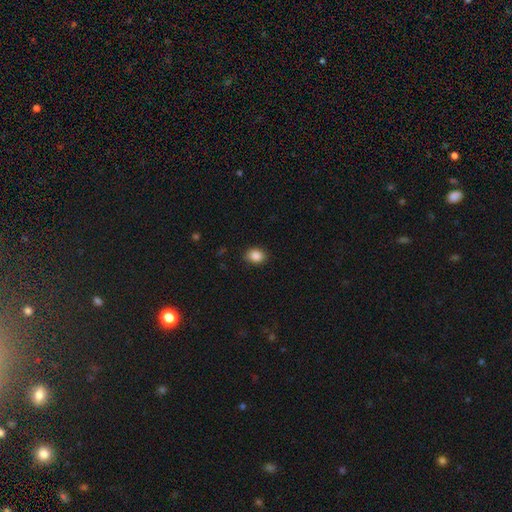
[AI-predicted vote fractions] Smooth or featured: smooth — 87% (star or artifact — 9%)
How rounded: in between — 59% (round — 40%)
Merging: none — 87% (minor disturbance — 10%)